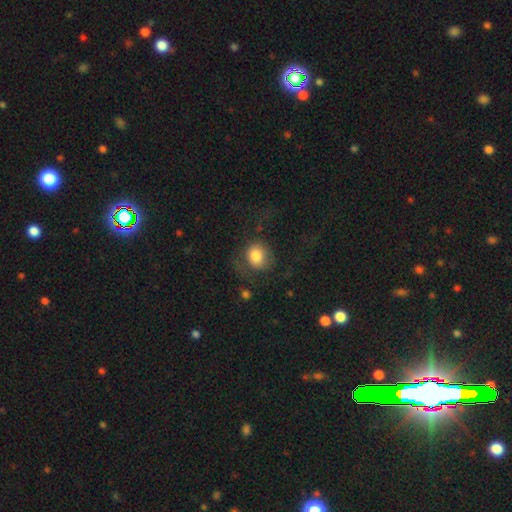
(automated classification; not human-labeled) smooth_or_featured: smooth (p=0.77) [alt: featured or disk p=0.14]
how_rounded: round (p=0.70) [alt: in between p=0.29]
merging: none (p=0.49) [alt: major disturbance p=0.27]